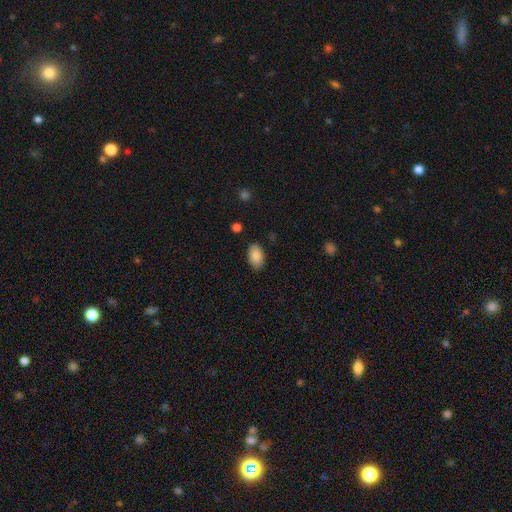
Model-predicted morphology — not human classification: Overall: smooth (87%). How rounded: in between (92%). Merging: none (86%).